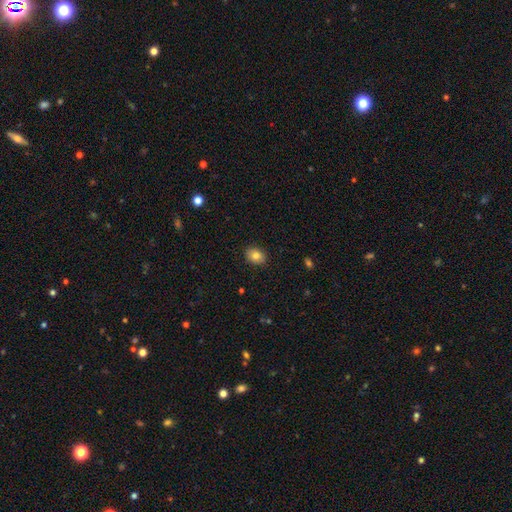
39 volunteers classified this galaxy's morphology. Smooth or featured: smooth — 95% (featured or disk — 3%)
How rounded: in between — 62% (round — 38%)
Merging: none — 79% (minor disturbance — 18%)